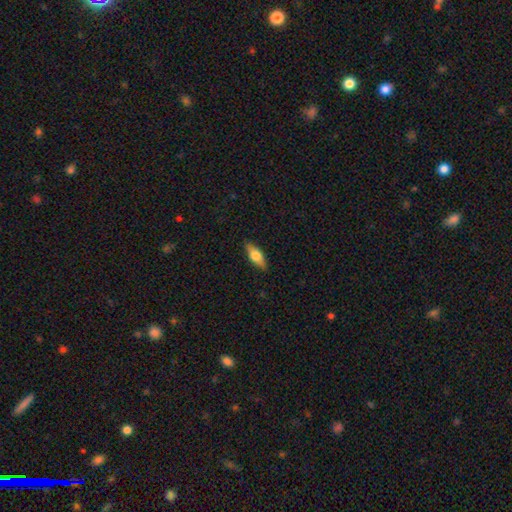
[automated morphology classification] A smooth galaxy with no disk features (59%) that is in between round and cigar-shaped (67%).

Vote fractions:
- Smooth or featured? smooth: 59% / featured or disk: 35% / star or artifact: 6%
- How rounded? in between: 67% / cigar-shaped: 30% / round: 3%
- Merging? none: 88% / minor disturbance: 9% / major disturbance: 2% / merger: 1%